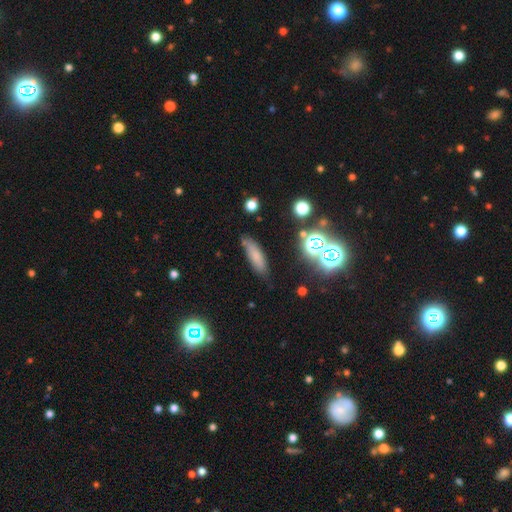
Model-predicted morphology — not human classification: Smooth or featured? smooth (70%)
How rounded? cigar-shaped (57%)
Merging? none (76%)